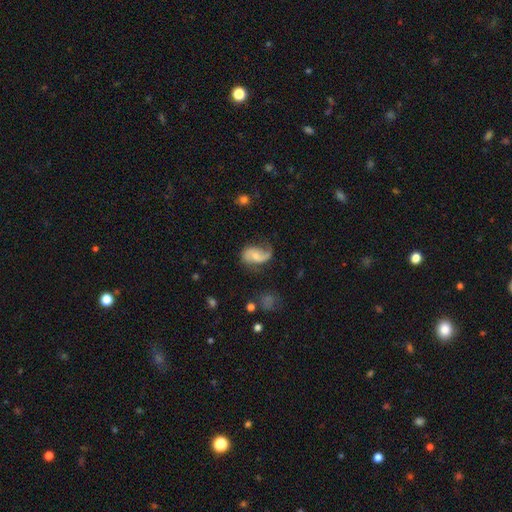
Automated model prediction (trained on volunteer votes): A featured or disk galaxy (72%) with no bar (55%), 2 (74%) loose (57%) spiral arms (92%) and a small central bulge (45%). Merging: none (52%).